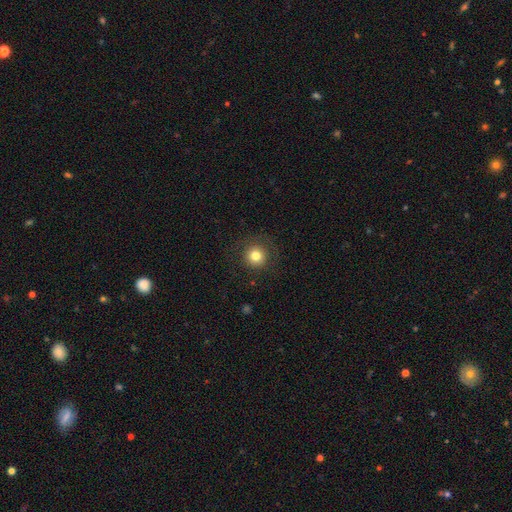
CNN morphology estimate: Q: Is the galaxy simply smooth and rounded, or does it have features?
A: smooth — 80%.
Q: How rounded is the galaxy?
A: round — 95%.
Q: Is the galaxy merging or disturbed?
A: none — 87%.